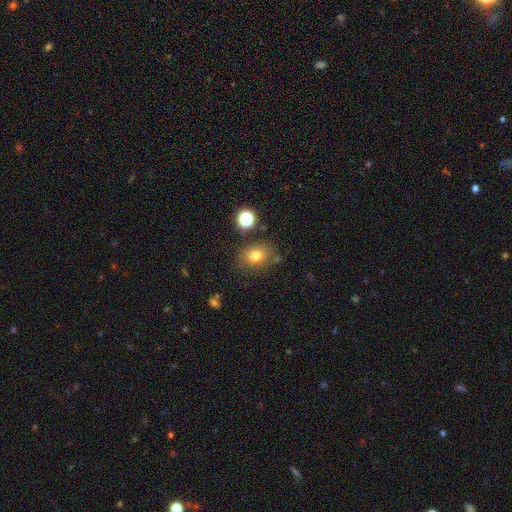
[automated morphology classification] smooth_or_featured: smooth (p=0.75) [alt: star or artifact p=0.15]
how_rounded: round (p=0.52) [alt: in between p=0.47]
merging: none (p=0.78) [alt: minor disturbance p=0.13]